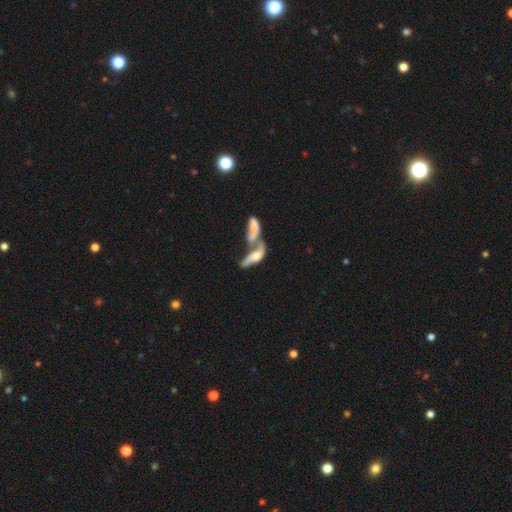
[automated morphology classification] smooth-or-featured: featured or disk: 54% | smooth: 37% | star or artifact: 9%
  disk-edge-on: no: 71% | yes: 29%
  merging: merger: 76% | none: 10% | major disturbance: 9% | minor disturbance: 5%